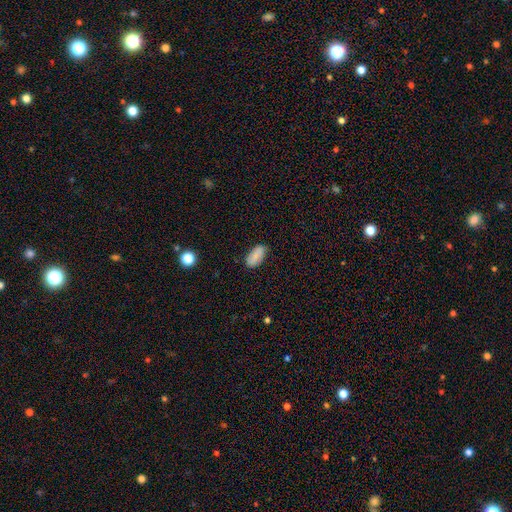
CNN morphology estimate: smooth-or-featured: smooth: 79% | featured or disk: 13% | star or artifact: 8%
  how-rounded: in between: 92% | cigar-shaped: 4% | round: 3%
  merging: none: 80% | minor disturbance: 16% | major disturbance: 3% | merger: 1%